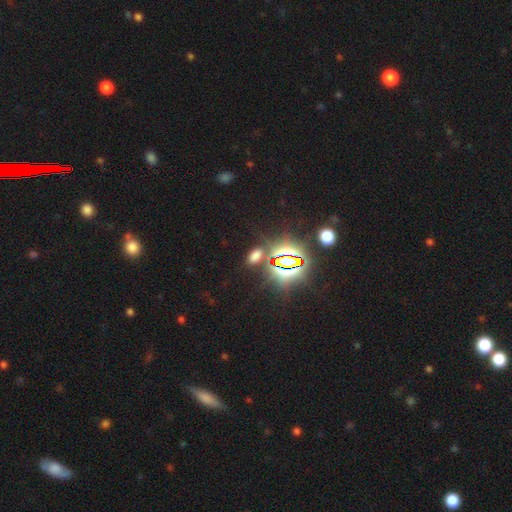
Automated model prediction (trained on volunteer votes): The model was most divided on "smooth or featured": smooth: 50%, star or artifact: 43%, featured or disk: 7%. More confident: merging — none (79%).